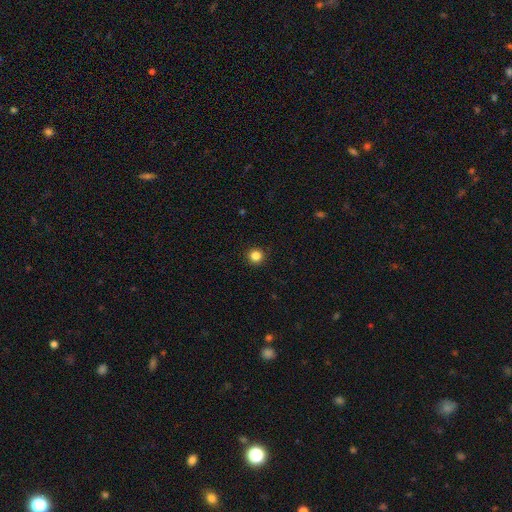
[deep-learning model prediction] smooth-or-featured: smooth: 84% | star or artifact: 12% | featured or disk: 4%
  how-rounded: round: 96% | in between: 3% | cigar-shaped: 1%
  merging: none: 93% | minor disturbance: 5% | major disturbance: 2% | merger: 1%